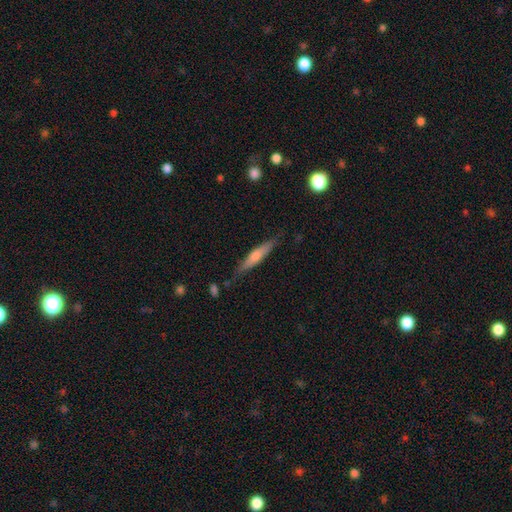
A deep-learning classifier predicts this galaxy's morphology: Q: Smooth or featured?
A: featured or disk (47%); runner-up: smooth (46%)
Q: Merging?
A: none (81%); runner-up: minor disturbance (14%)